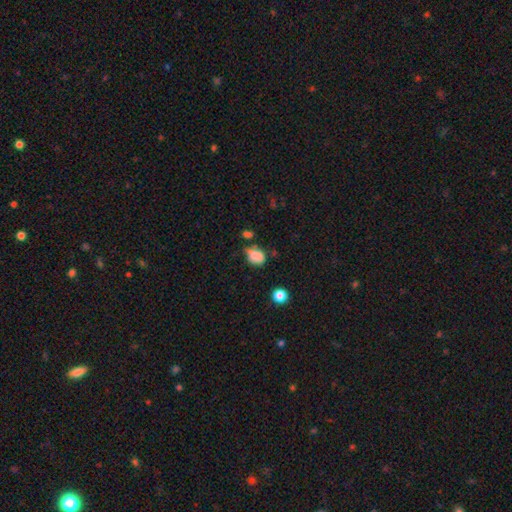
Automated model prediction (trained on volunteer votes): Overall: smooth (78%). How rounded: in between (66%; round 32%). Merging: none (40%; minor disturbance 36%).